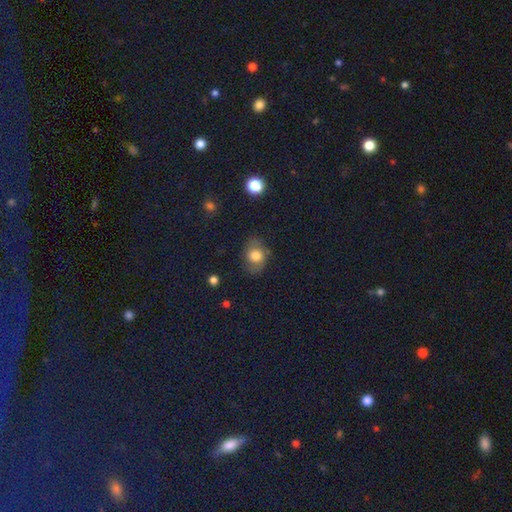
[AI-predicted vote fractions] A smooth galaxy with no disk features (61%) that is in between round and cigar-shaped (51%).

Vote fractions:
- Smooth or featured? smooth: 61% / featured or disk: 26% / star or artifact: 13%
- How rounded? in between: 51% / round: 47% / cigar-shaped: 1%
- Merging? none: 73% / minor disturbance: 18% / major disturbance: 7% / merger: 2%